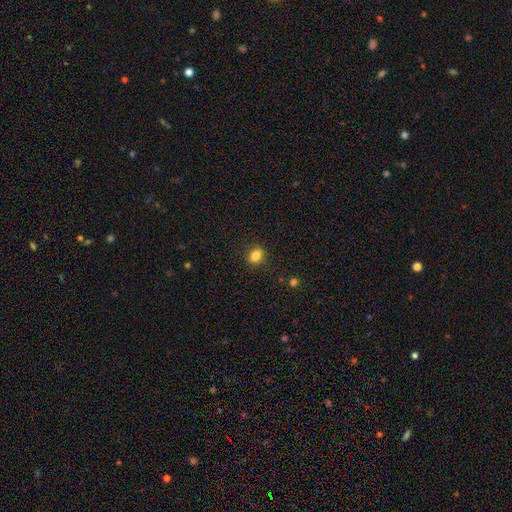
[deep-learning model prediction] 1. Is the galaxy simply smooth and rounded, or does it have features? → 84% smooth, 11% star or artifact, 5% featured or disk.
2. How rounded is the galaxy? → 67% in between, 31% round, 2% cigar-shaped.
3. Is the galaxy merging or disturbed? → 87% none, 9% minor disturbance, 2% major disturbance, 1% merger.